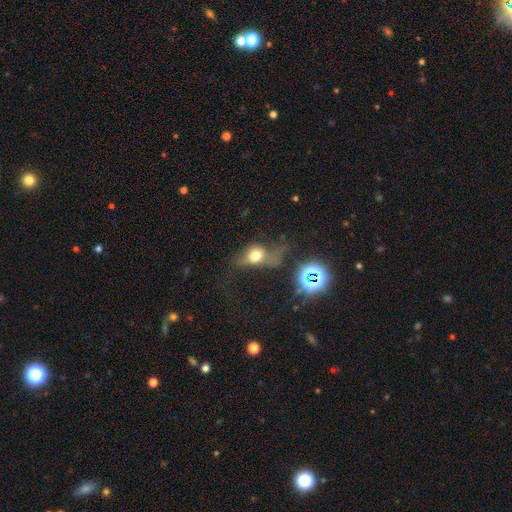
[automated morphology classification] Smooth or featured: smooth — 54% (featured or disk — 27%)
How rounded: in between — 52% (round — 43%)
Merging: major disturbance — 38% (none — 31%)